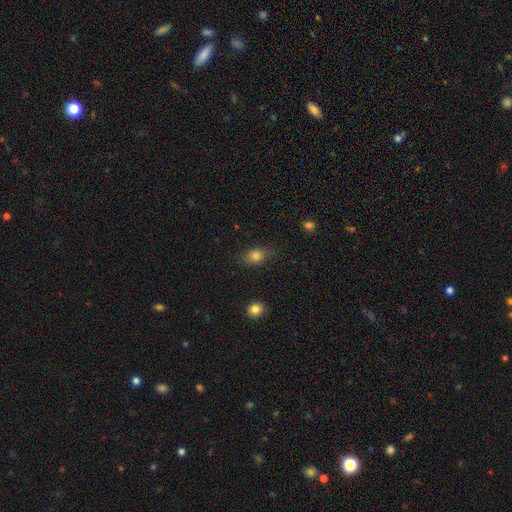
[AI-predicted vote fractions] A smooth galaxy with no disk features (82%) that is in between round and cigar-shaped (69%).

Vote fractions:
- Smooth or featured? smooth: 82% / star or artifact: 10% / featured or disk: 8%
- How rounded? in between: 69% / round: 29% / cigar-shaped: 2%
- Merging? none: 77% / minor disturbance: 17% / major disturbance: 4% / merger: 2%